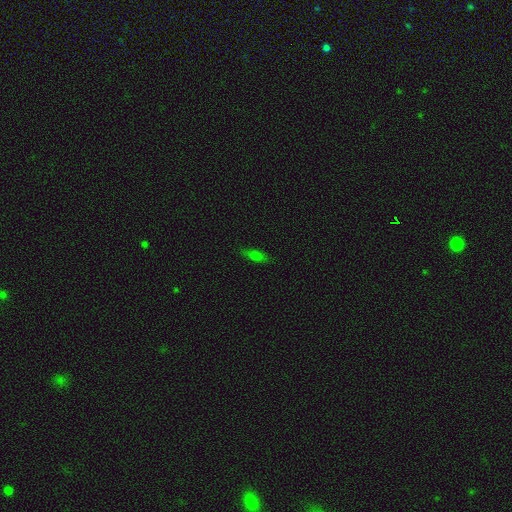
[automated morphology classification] This appears to be a smooth galaxy with no disk features (64%) that is in between round and cigar-shaped (52%). Merging: none (82%).